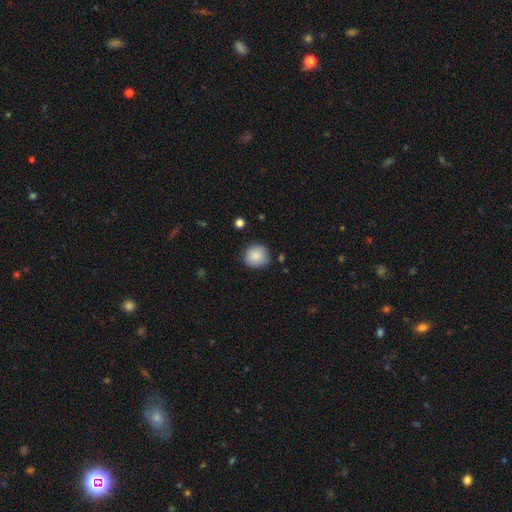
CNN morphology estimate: Smooth or featured?
  - smooth: 87% *
  - star or artifact: 8%
  - featured or disk: 5%
How rounded?
  - round: 89% *
  - in between: 10%
  - cigar-shaped: 1%
Merging?
  - none: 83% *
  - minor disturbance: 13%
  - major disturbance: 3%
  - merger: 2%